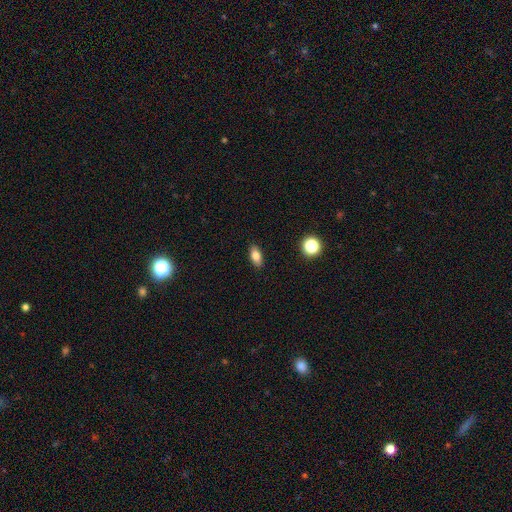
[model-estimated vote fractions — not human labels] smooth 79%, featured or disk 12%, star or artifact 10%. Down the decision tree: how rounded — in between (85%); merging — none (90%).